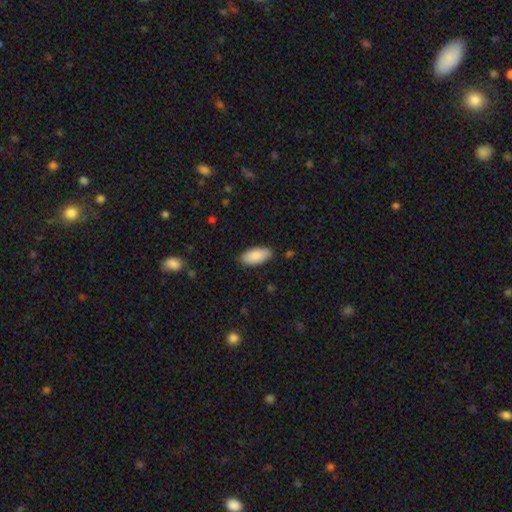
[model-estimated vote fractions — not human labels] A smooth galaxy with no disk features (88%) that is in between round and cigar-shaped (92%).

Vote fractions:
- Smooth or featured? smooth: 88% / star or artifact: 6% / featured or disk: 6%
- How rounded? in between: 92% / cigar-shaped: 6% / round: 2%
- Merging? none: 85% / minor disturbance: 11% / major disturbance: 2% / merger: 1%